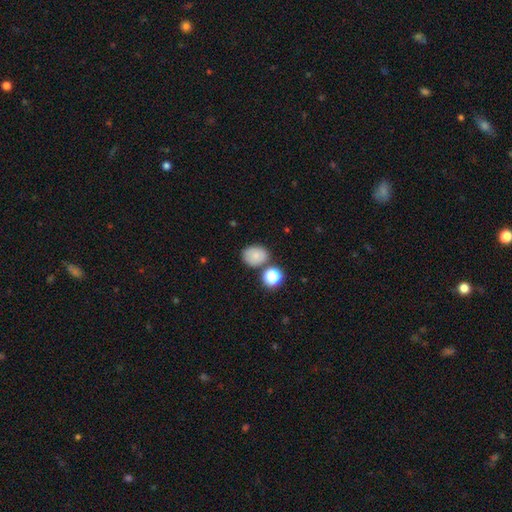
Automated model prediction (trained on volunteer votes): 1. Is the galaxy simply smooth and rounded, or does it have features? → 80% smooth, 12% star or artifact, 8% featured or disk.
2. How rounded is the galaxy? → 50% in between, 49% round, 1% cigar-shaped.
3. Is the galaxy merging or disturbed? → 71% none, 14% minor disturbance, 11% merger, 4% major disturbance.